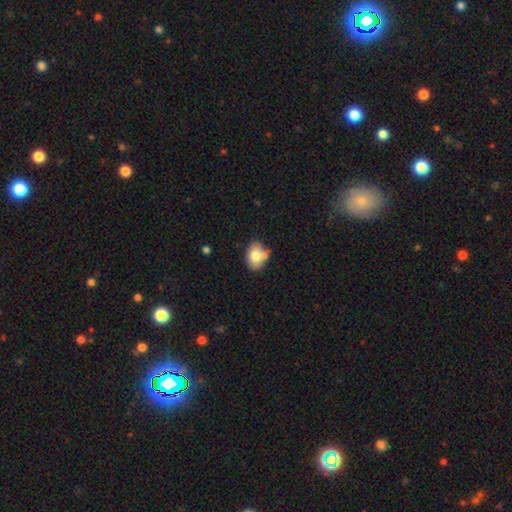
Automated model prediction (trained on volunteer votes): smooth_or_featured: smooth (p=0.76) [alt: featured or disk p=0.16]
how_rounded: in between (p=0.75) [alt: round p=0.23]
merging: none (p=0.61) [alt: merger p=0.20]